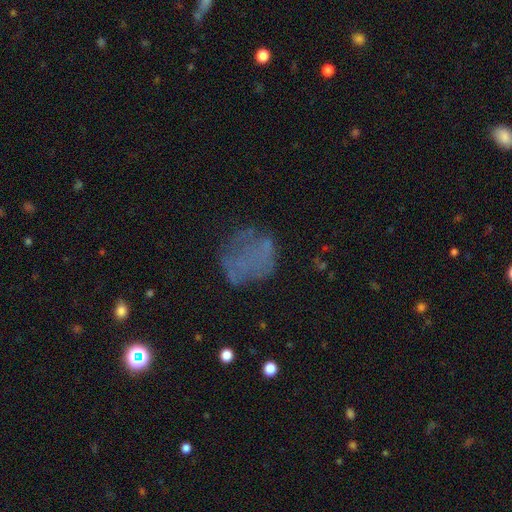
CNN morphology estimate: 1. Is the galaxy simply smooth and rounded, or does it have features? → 46% smooth, 32% featured or disk, 22% star or artifact.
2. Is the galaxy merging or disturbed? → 53% none, 23% major disturbance, 21% minor disturbance, 3% merger.